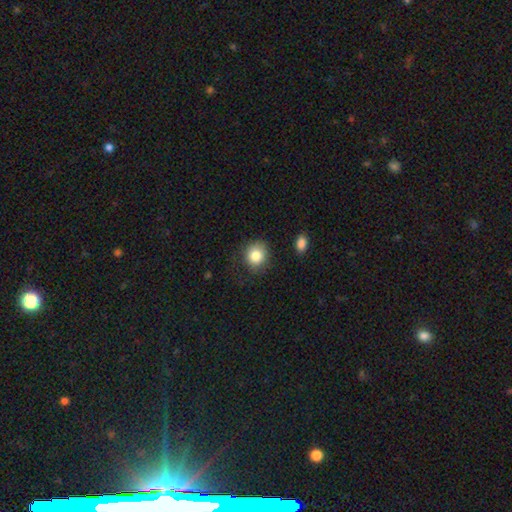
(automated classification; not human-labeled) A smooth galaxy with no disk features (83%) that is round (79%).

Vote fractions:
- Smooth or featured? smooth: 83% / star or artifact: 9% / featured or disk: 8%
- How rounded? round: 79% / in between: 20% / cigar-shaped: 1%
- Merging? none: 78% / minor disturbance: 15% / major disturbance: 5% / merger: 2%